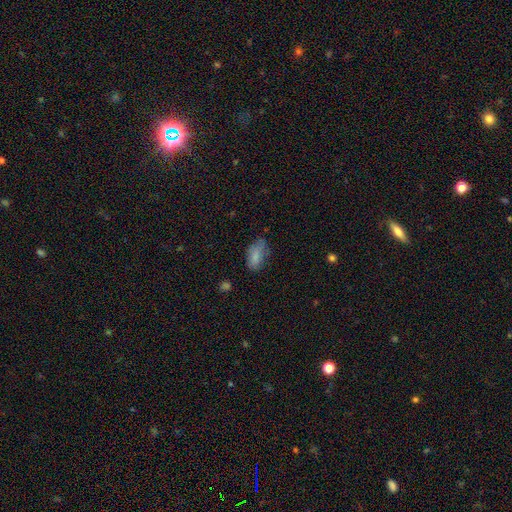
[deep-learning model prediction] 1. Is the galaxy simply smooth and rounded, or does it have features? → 82% smooth, 10% featured or disk, 9% star or artifact.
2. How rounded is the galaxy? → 91% in between, 5% cigar-shaped, 4% round.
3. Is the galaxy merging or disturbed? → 60% none, 29% minor disturbance, 9% major disturbance, 2% merger.